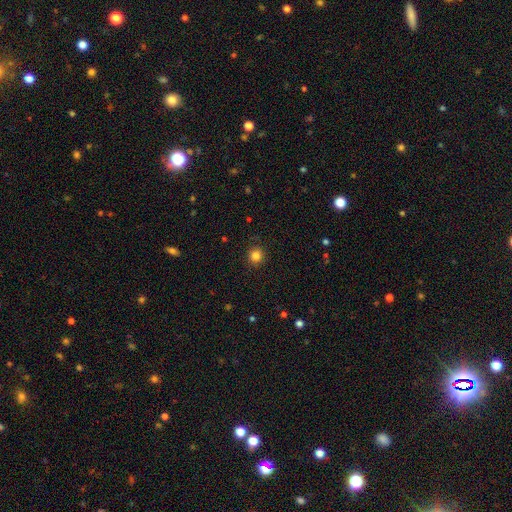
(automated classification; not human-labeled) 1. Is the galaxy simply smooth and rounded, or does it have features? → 84% smooth, 12% star or artifact, 4% featured or disk.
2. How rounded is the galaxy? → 94% round, 5% in between, 1% cigar-shaped.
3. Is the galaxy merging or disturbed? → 90% none, 7% minor disturbance, 2% major disturbance, 1% merger.